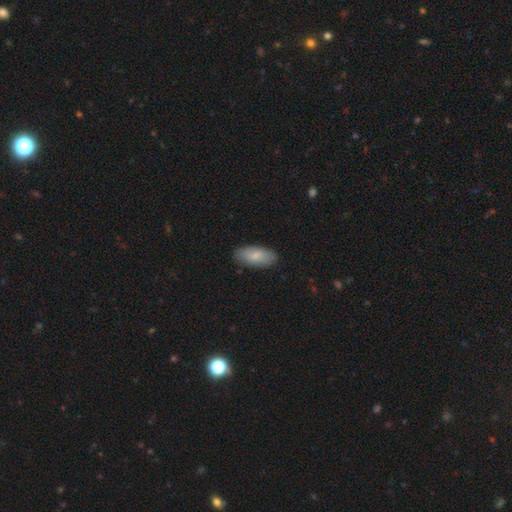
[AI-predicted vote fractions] Morphology: type=smooth (82%); roundness=in between (88%); merging=none (87%).